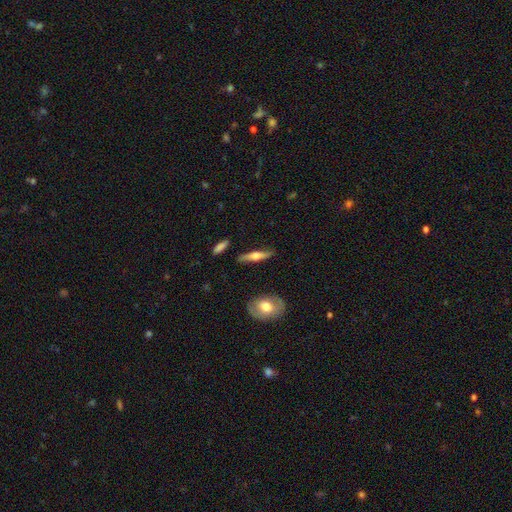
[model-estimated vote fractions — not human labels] Smooth or featured? Predicted: featured or disk (p=0.51). Edge-on disk? Predicted: yes (p=0.91). Merging? Predicted: none (p=0.85).